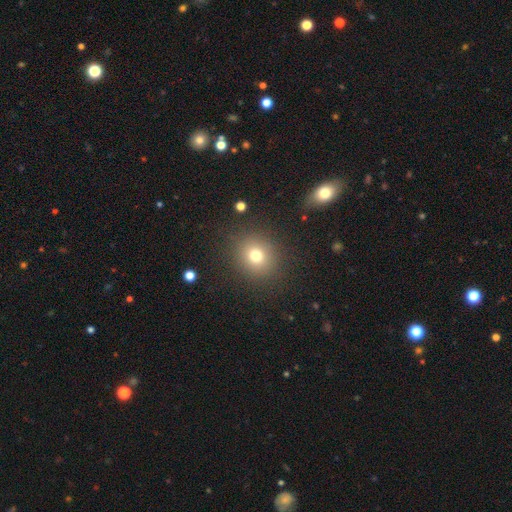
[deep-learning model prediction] Overall: smooth (75%). How rounded: round (82%). Merging: none (87%).